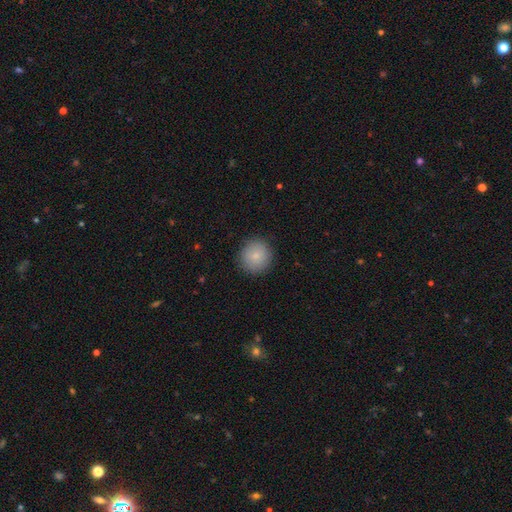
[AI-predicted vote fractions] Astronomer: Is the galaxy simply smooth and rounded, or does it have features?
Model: smooth — 85%.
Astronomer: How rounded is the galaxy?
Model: round — 93%.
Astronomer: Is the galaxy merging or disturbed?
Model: none — 90%.